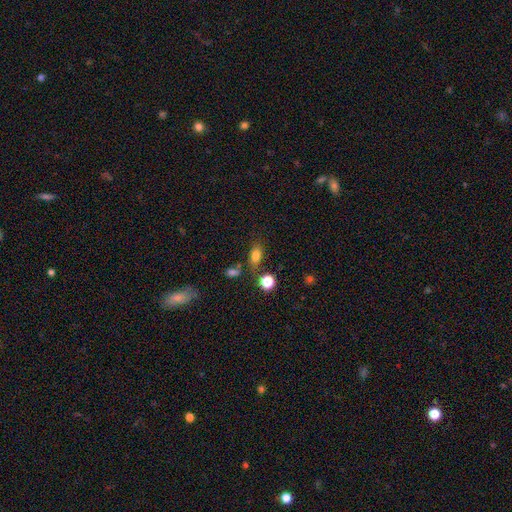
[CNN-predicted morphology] smooth_or_featured: smooth (p=0.77) [alt: star or artifact p=0.13]
how_rounded: in between (p=0.79) [alt: round p=0.16]
merging: none (p=0.68) [alt: minor disturbance p=0.15]